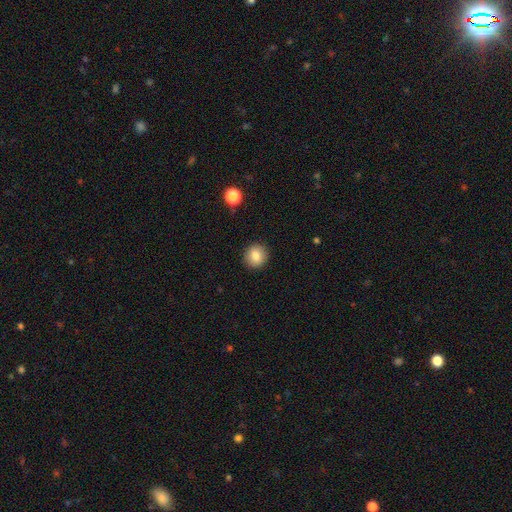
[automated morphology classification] A smooth galaxy with no disk features (84%) that is round (87%).

Vote fractions:
- Smooth or featured? smooth: 84% / star or artifact: 9% / featured or disk: 7%
- How rounded? round: 87% / in between: 12% / cigar-shaped: 1%
- Merging? none: 90% / minor disturbance: 7% / major disturbance: 2% / merger: 1%